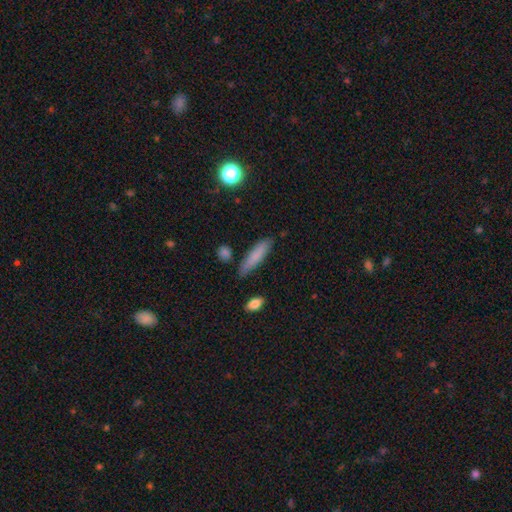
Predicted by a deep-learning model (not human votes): smooth-or-featured: smooth: 80% | featured or disk: 13% | star or artifact: 7%
  how-rounded: cigar-shaped: 78% | in between: 20% | round: 2%
  merging: none: 82% | minor disturbance: 12% | merger: 3% | major disturbance: 3%